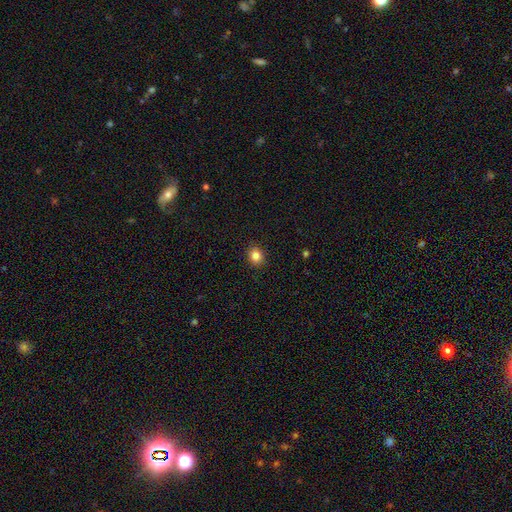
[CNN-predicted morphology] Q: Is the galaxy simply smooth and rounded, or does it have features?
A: smooth — 84%.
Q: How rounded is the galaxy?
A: round — 71%.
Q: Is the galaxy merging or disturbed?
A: none — 91%.